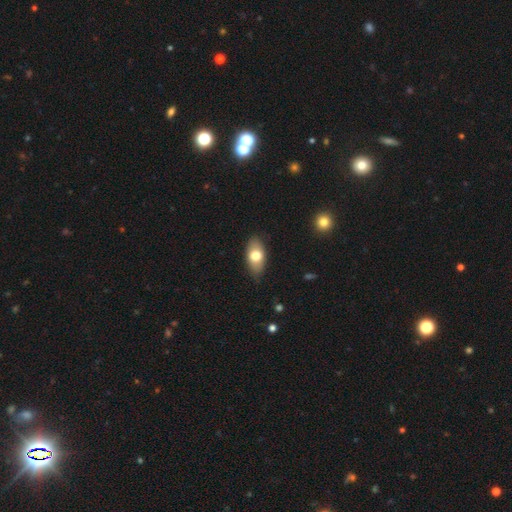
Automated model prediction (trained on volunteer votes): A smooth galaxy with no disk features (73%) that is in between round and cigar-shaped (91%).

Vote fractions:
- Smooth or featured? smooth: 73% / featured or disk: 20% / star or artifact: 7%
- How rounded? in between: 91% / round: 6% / cigar-shaped: 4%
- Merging? none: 81% / minor disturbance: 15% / major disturbance: 3% / merger: 1%